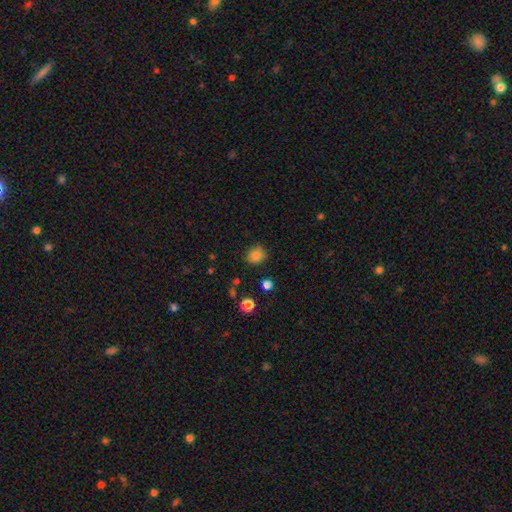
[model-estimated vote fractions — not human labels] This is clearly a smooth galaxy (83%). How rounded: likely round (73%). Merging: clearly none (85%).